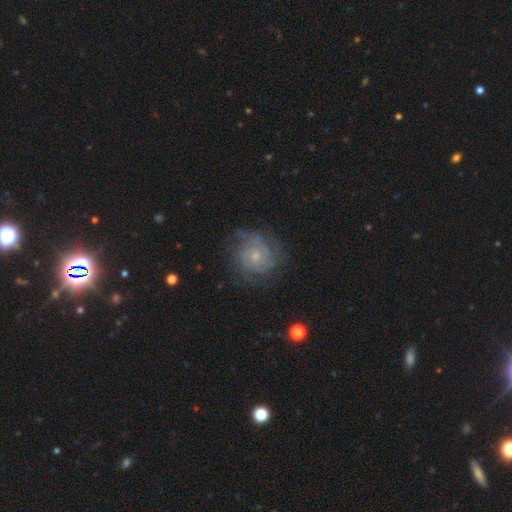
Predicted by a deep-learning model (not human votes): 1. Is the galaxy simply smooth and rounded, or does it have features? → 77% featured or disk, 15% smooth, 8% star or artifact.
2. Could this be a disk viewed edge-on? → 98% no, 2% yes.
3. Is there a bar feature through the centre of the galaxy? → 76% no, 21% weak, 3% strong.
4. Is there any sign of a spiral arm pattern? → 92% yes, 8% no.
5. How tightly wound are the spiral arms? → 65% tight, 27% medium, 7% loose.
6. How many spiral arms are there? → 39% can't tell, 19% 3, 19% 2, 12% 4, 6% more than 4, 6% 1.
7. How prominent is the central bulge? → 62% small, 32% moderate, 4% none, 2% large, 1% dominant.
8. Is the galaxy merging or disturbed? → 73% none, 17% minor disturbance, 9% major disturbance, 1% merger.